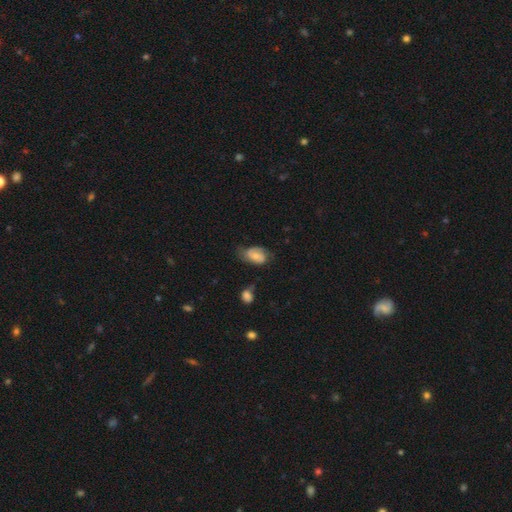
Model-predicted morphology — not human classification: Smooth or featured: smooth — 46% (tied with featured or disk — 46%)
Merging: none — 48% (minor disturbance — 33%)